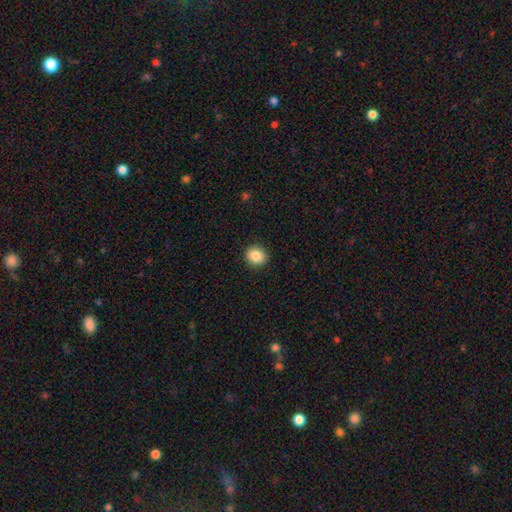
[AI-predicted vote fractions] Smooth or featured? smooth (86%)
How rounded? round (80%)
Merging? none (91%)